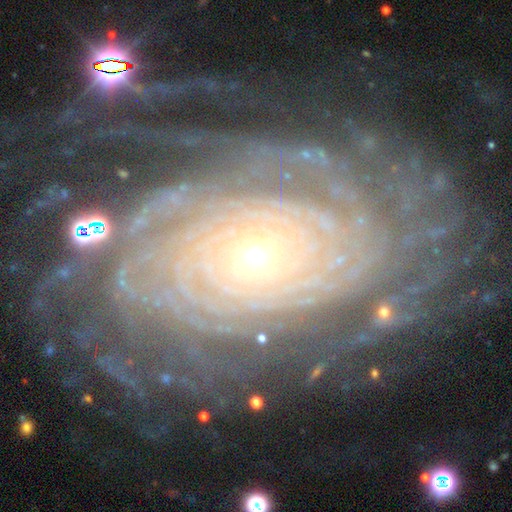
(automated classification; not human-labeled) Smooth or featured? featured or disk (87%)
Edge-on disk? no (96%)
Bar? no (83%)
Spiral arms? yes (96%)
Spiral winding? tight (86%)
Spiral arm count? more than 4 (34%)
Bulge size? small (82%)
Merging? none (74%)